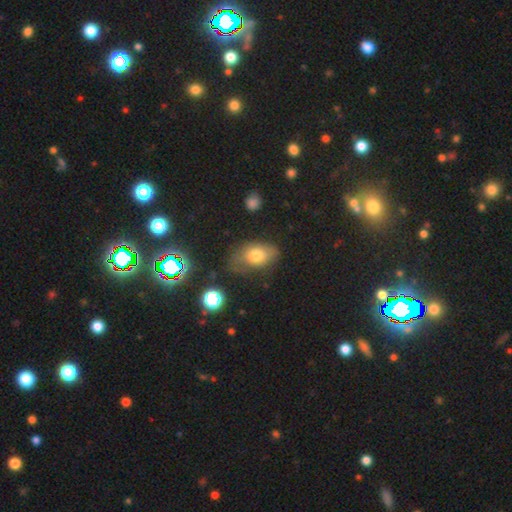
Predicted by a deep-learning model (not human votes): smooth-or-featured: smooth: 71% | featured or disk: 18% | star or artifact: 11%
  how-rounded: in between: 83% | round: 15% | cigar-shaped: 2%
  merging: none: 56% | minor disturbance: 29% | major disturbance: 12% | merger: 3%